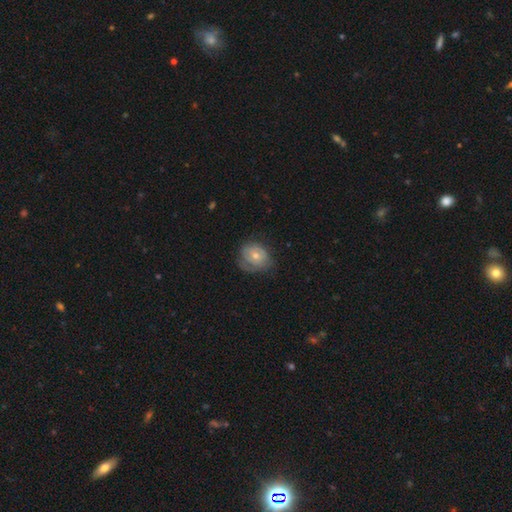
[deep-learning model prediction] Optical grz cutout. It shows a featured or disk galaxy (61%) with no bar (75%), spiral arms (80%) and a moderate central bulge (55%). Merging: none (61%).